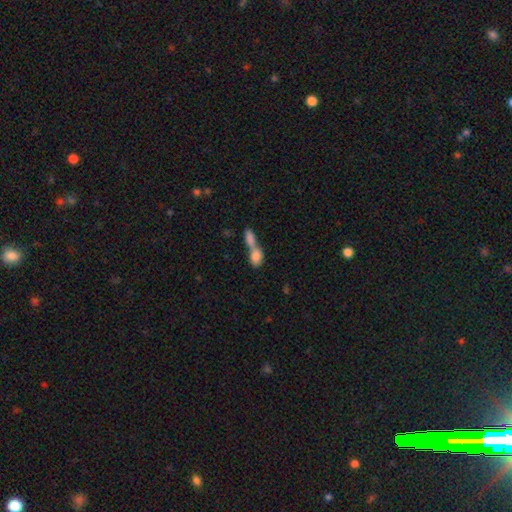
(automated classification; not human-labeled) Smooth or featured?
  - smooth: 79% *
  - featured or disk: 13%
  - star or artifact: 8%
How rounded?
  - in between: 68% *
  - round: 21%
  - cigar-shaped: 11%
Merging?
  - merger: 75% *
  - none: 15%
  - minor disturbance: 5%
  - major disturbance: 4%